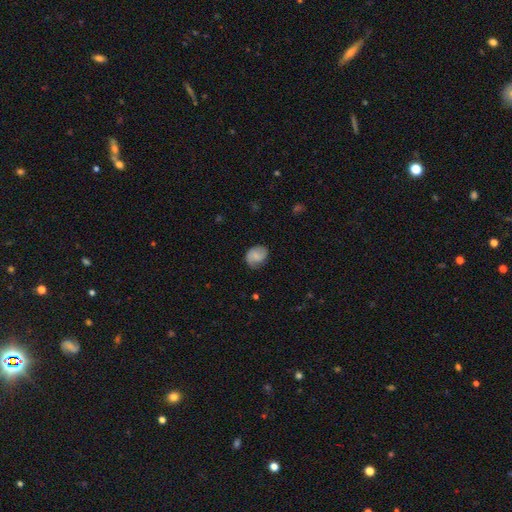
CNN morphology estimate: A smooth galaxy with no disk features (59%) that is round (54%).

Vote fractions:
- Smooth or featured? smooth: 59% / featured or disk: 33% / star or artifact: 8%
- How rounded? round: 54% / in between: 45% / cigar-shaped: 1%
- Merging? none: 67% / minor disturbance: 24% / major disturbance: 8% / merger: 1%